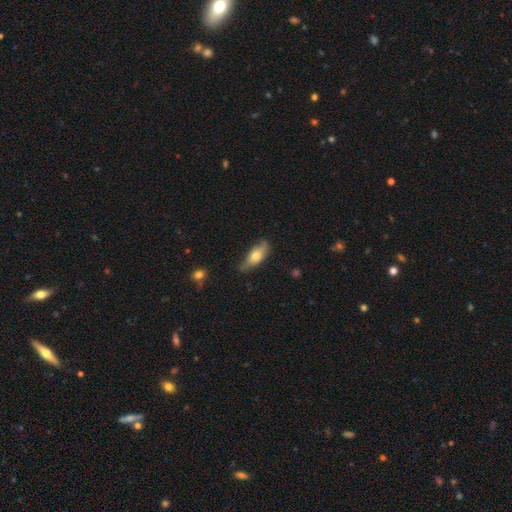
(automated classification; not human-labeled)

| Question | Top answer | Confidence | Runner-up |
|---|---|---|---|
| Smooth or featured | smooth | 68% | featured or disk (26%) |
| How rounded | in between | 73% | cigar-shaped (24%) |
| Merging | none | 66% | minor disturbance (27%) |